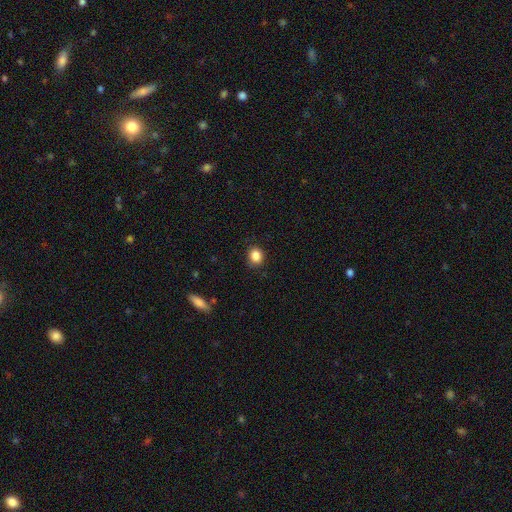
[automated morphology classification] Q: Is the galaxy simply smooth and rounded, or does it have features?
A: smooth — 86%.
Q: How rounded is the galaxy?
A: round — 70%.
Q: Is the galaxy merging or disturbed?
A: none — 85%.